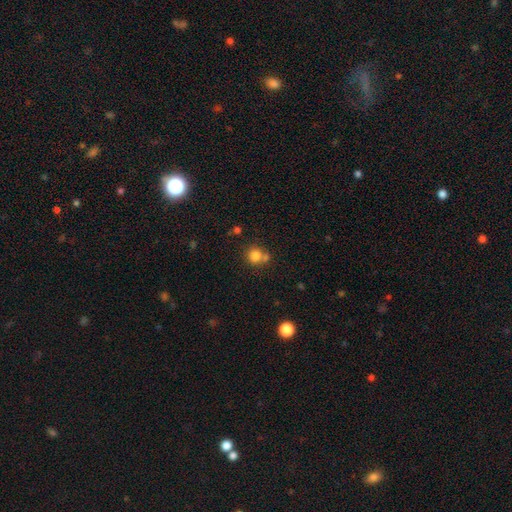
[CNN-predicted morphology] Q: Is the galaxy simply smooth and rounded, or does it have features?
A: smooth — 81%.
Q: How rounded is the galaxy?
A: round — 86%.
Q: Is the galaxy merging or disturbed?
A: none — 56%.